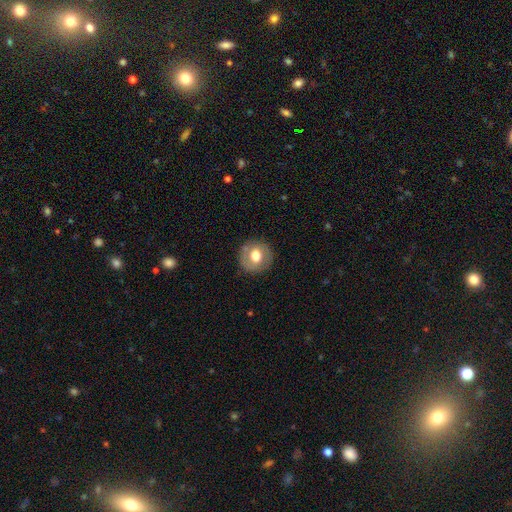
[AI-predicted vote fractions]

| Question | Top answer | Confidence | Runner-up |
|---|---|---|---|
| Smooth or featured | smooth | 61% | featured or disk (32%) |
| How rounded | round | 89% | in between (10%) |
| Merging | none | 85% | minor disturbance (10%) |